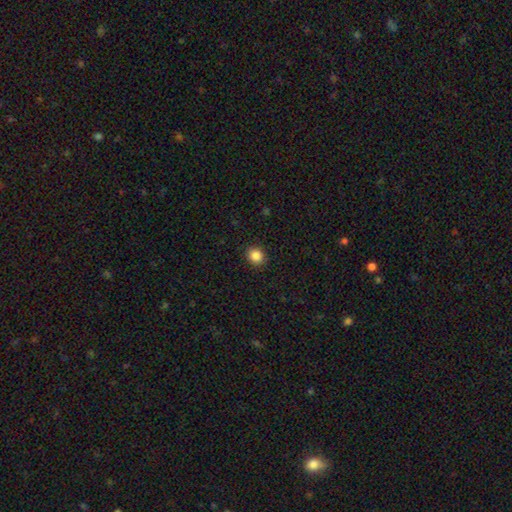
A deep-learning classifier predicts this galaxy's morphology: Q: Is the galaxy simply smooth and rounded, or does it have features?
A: smooth — 86%.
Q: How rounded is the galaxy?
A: round — 83%.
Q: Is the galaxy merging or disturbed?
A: none — 92%.